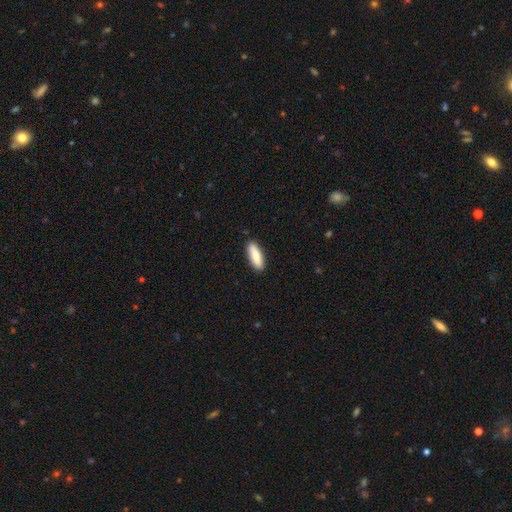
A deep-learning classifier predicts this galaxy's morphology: A smooth galaxy with no disk features (84%) that is in between round and cigar-shaped (55%).

Vote fractions:
- Smooth or featured? smooth: 84% / featured or disk: 11% / star or artifact: 5%
- How rounded? in between: 55% / cigar-shaped: 43% / round: 2%
- Merging? none: 89% / minor disturbance: 8% / major disturbance: 2% / merger: 1%